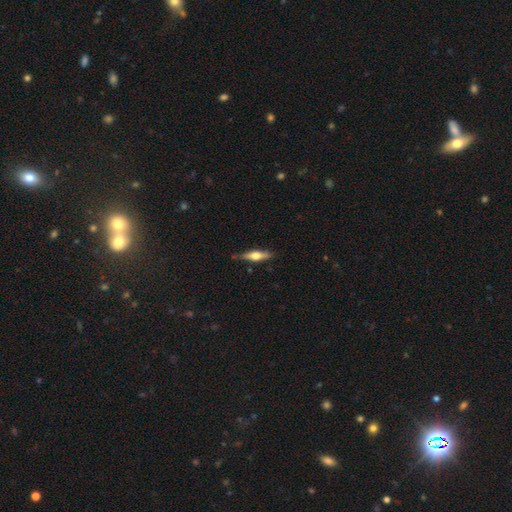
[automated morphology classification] featured or disk 56%, smooth 38%, star or artifact 6%. Down the decision tree: edge-on disk — yes (94%); edge-on bulge — rounded (88%); merging — none (76%).